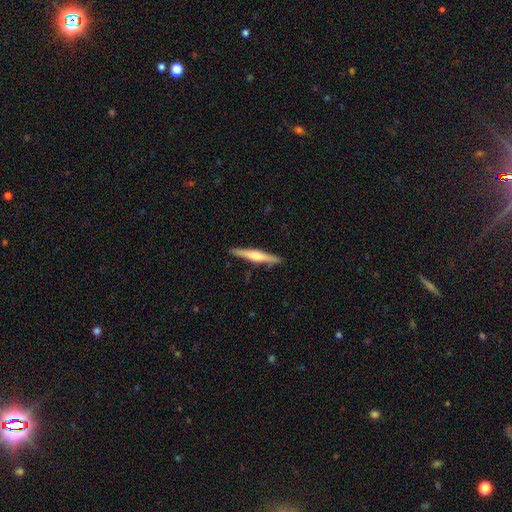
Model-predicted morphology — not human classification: type=featured or disk (62%); edge-on=yes (98%); edge-on bulge=rounded (78%); merging=none (91%).